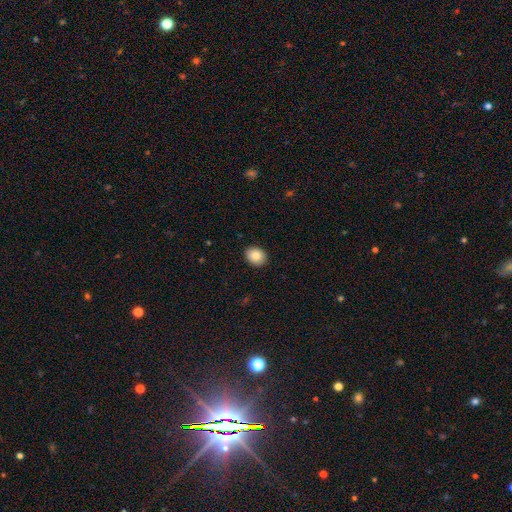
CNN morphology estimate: Smooth or featured?
  - smooth: 86% *
  - star or artifact: 8%
  - featured or disk: 6%
How rounded?
  - in between: 52% *
  - round: 47%
  - cigar-shaped: 1%
Merging?
  - none: 90% *
  - minor disturbance: 8%
  - major disturbance: 2%
  - merger: 1%